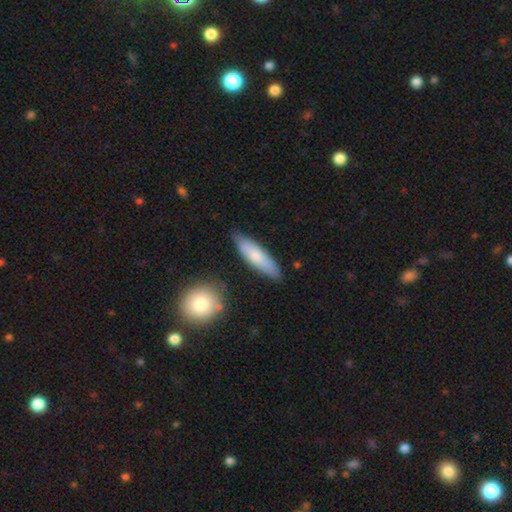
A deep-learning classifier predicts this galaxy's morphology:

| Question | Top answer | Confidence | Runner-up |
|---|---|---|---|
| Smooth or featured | smooth | 72% | featured or disk (22%) |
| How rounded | cigar-shaped | 63% | in between (36%) |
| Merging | none | 80% | minor disturbance (14%) |